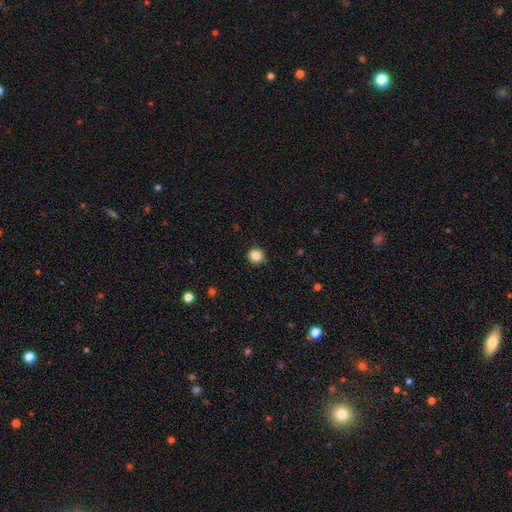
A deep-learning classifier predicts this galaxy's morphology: Smooth or featured?
  - smooth: 85% *
  - star or artifact: 10%
  - featured or disk: 4%
How rounded?
  - round: 92% *
  - in between: 7%
  - cigar-shaped: 1%
Merging?
  - none: 87% *
  - minor disturbance: 10%
  - major disturbance: 2%
  - merger: 1%